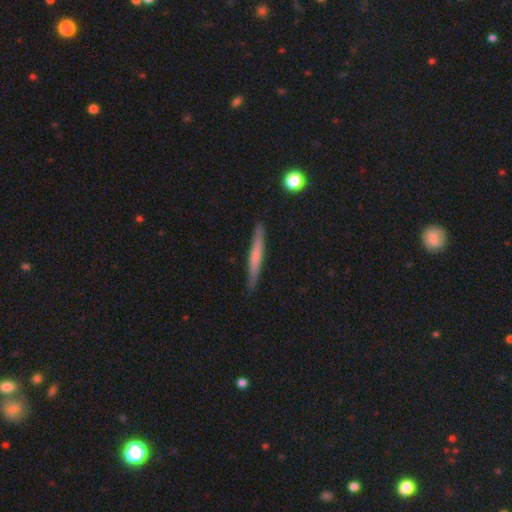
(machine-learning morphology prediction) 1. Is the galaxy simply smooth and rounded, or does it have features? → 51% smooth, 43% featured or disk, 6% star or artifact.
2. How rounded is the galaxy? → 95% cigar-shaped, 3% in between, 2% round.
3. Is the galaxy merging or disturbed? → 89% none, 9% minor disturbance, 2% major disturbance, 1% merger.